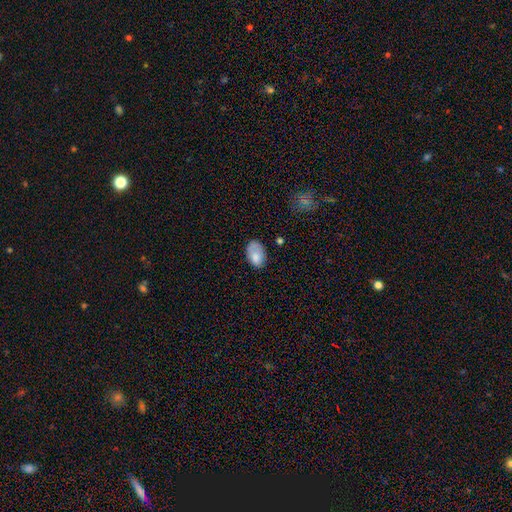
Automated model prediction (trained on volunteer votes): Smooth or featured? Predicted: smooth (p=0.79). How rounded? Predicted: in between (p=0.88). Merging? Predicted: none (p=0.55).